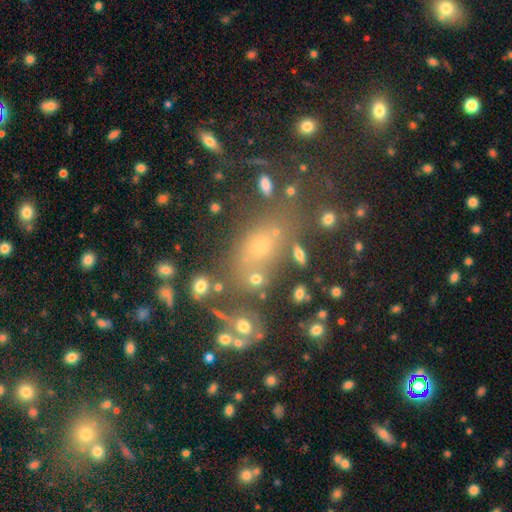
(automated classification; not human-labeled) A smooth galaxy with no disk features (50%) that is in between round and cigar-shaped (60%). Merging: none (61%).